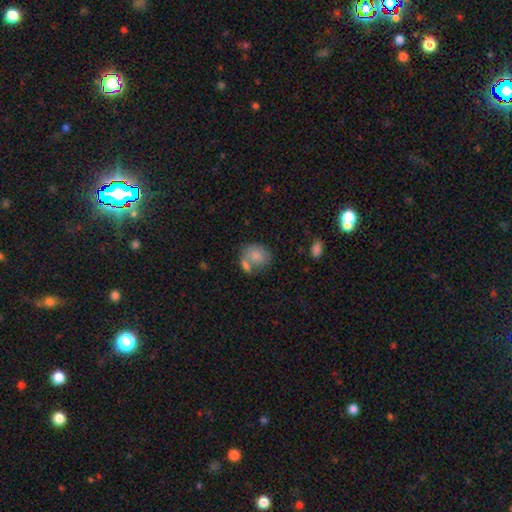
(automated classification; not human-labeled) This appears to be a smooth galaxy with no disk features (80%) that is round (57%). Merging: none (40%).